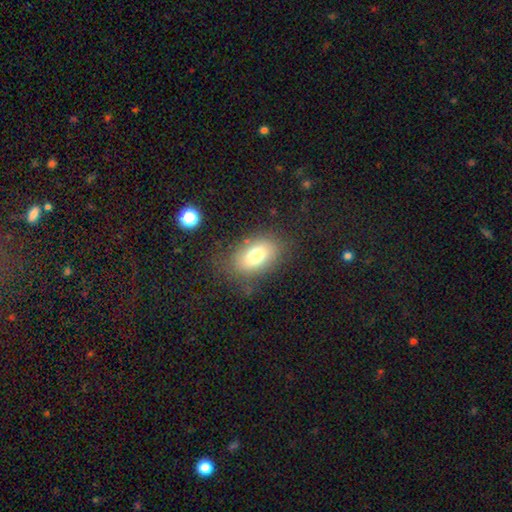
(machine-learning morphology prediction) Overall: smooth (75%). How rounded: in between (84%). Merging: none (74%).